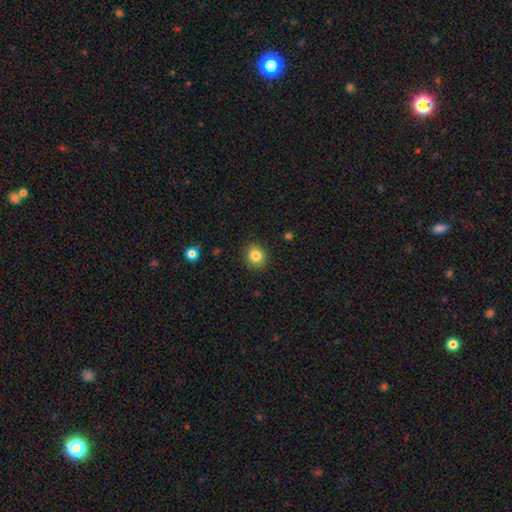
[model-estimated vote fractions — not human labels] A smooth galaxy with no disk features (84%) that is round (81%). Merging: none (89%).